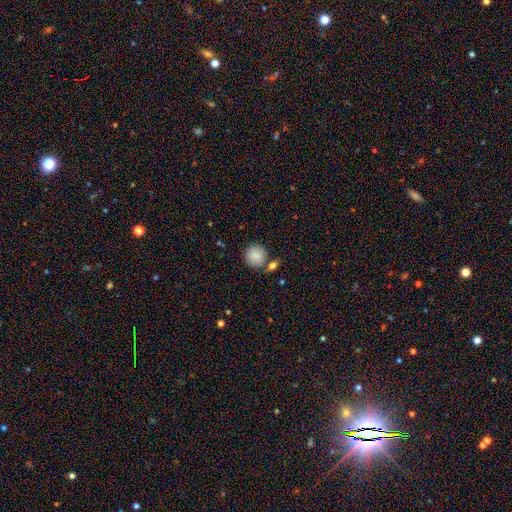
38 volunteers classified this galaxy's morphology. Volunteers were most divided on "merging": none: 84%, minor disturbance: 5%, major disturbance: 5%, merger: 5%. More confident: how rounded — round (100%); smooth or featured — smooth (97%).